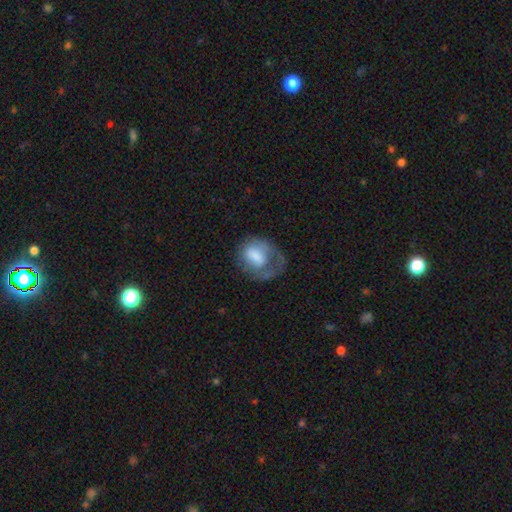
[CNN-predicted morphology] Smooth or featured? smooth (60%)
How rounded? in between (52%)
Merging? major disturbance (44%)